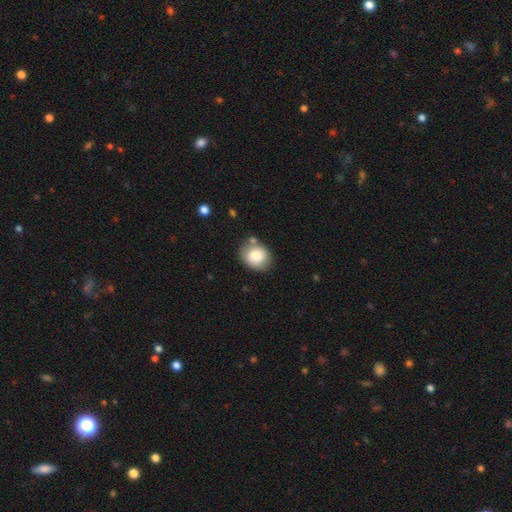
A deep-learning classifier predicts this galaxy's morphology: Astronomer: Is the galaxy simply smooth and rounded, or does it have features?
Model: smooth — 79%.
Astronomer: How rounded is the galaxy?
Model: round — 54% (runner-up: in between, 45%).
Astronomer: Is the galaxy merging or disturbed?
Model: none — 69%.